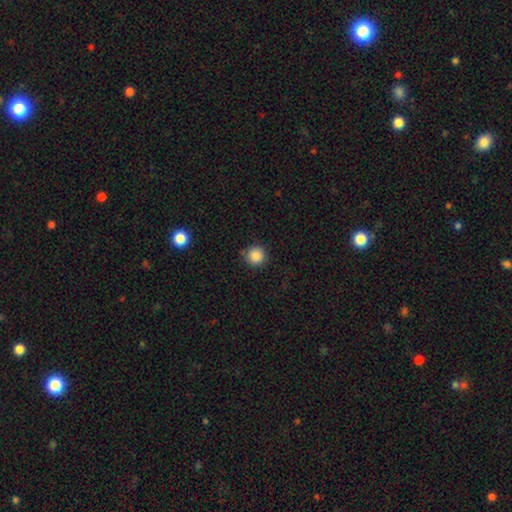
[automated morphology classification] Overall: smooth (87%). How rounded: round (96%). Merging: none (87%).